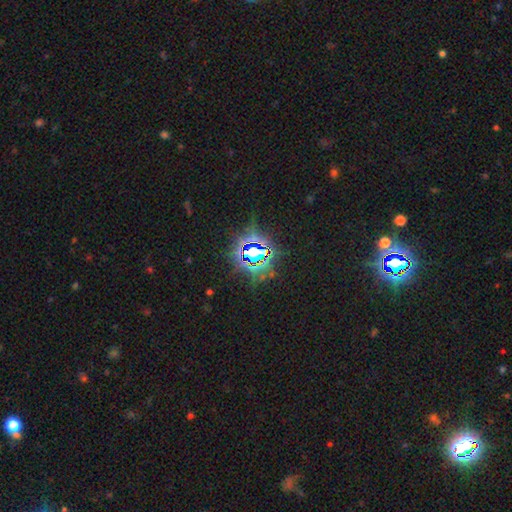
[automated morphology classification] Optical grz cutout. It shows a star or artifact, not a galaxy (80%).